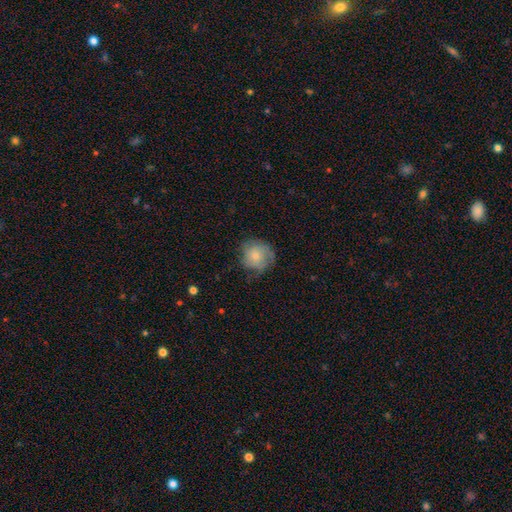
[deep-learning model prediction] Overall: smooth (65%; featured or disk 27%). How rounded: round (87%). Merging: none (60%; minor disturbance 27%).